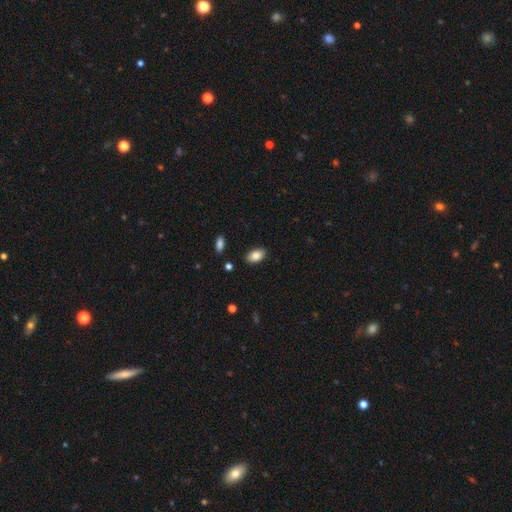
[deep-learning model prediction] Smooth or featured: smooth — 85% (star or artifact — 7%)
How rounded: in between — 93% (round — 5%)
Merging: none — 88% (minor disturbance — 9%)